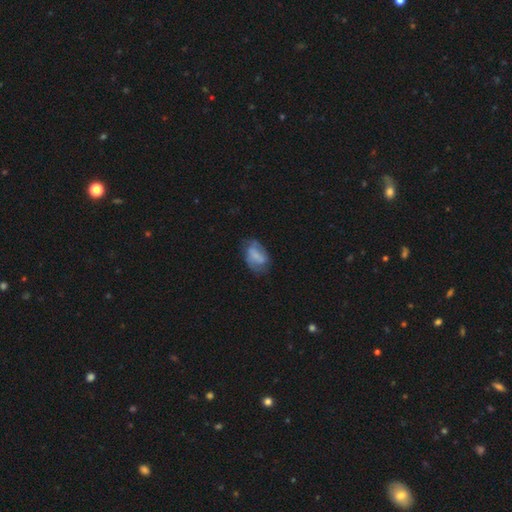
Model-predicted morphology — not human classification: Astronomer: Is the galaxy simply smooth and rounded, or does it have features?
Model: smooth — 48% (runner-up: featured or disk, 44%).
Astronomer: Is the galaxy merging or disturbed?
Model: none — 52% (runner-up: minor disturbance, 29%).